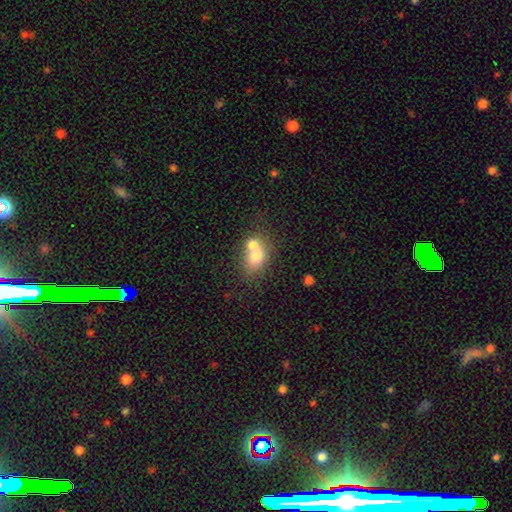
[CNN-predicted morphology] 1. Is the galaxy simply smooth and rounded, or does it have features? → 70% smooth, 19% featured or disk, 11% star or artifact.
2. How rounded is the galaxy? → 51% round, 48% in between, 1% cigar-shaped.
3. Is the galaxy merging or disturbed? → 58% merger, 31% none, 8% minor disturbance, 4% major disturbance.